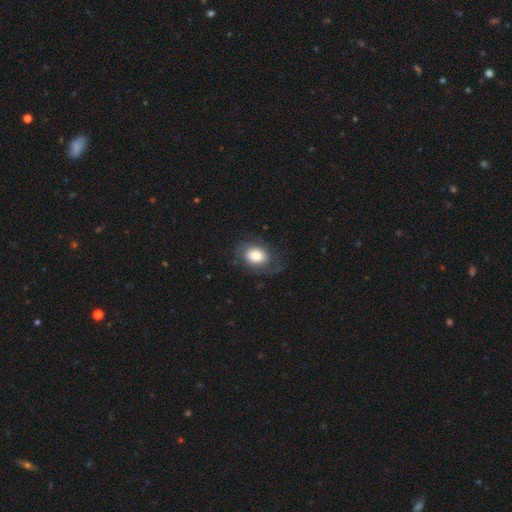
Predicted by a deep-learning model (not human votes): Morphology: type=smooth (51%); roundness=in between (65%); merging=none (64%).